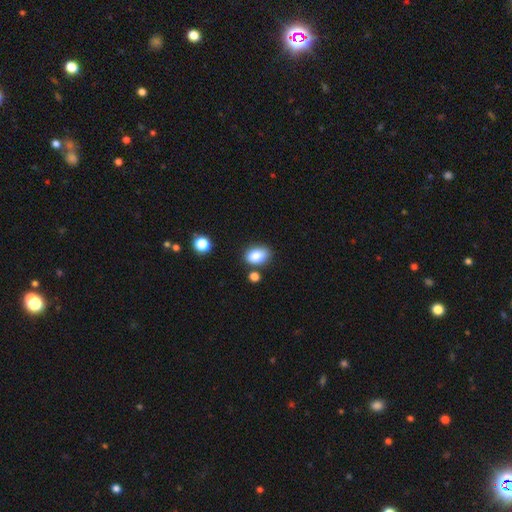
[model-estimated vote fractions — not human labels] This is clearly a smooth galaxy (85%). How rounded: clearly in between (81%). Merging: likely none (72%).